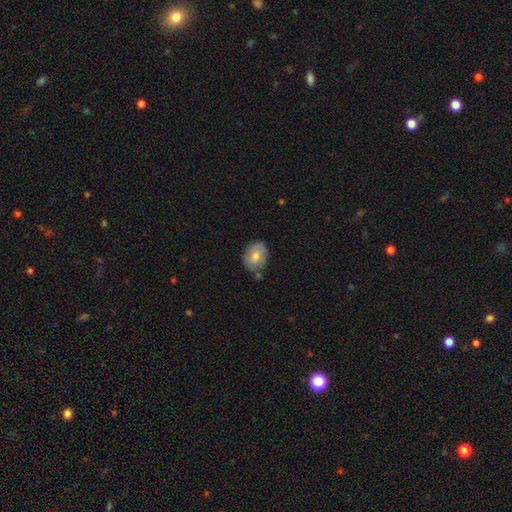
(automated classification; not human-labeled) Smooth or featured? smooth (75%)
How rounded? in between (57%)
Merging? none (62%)